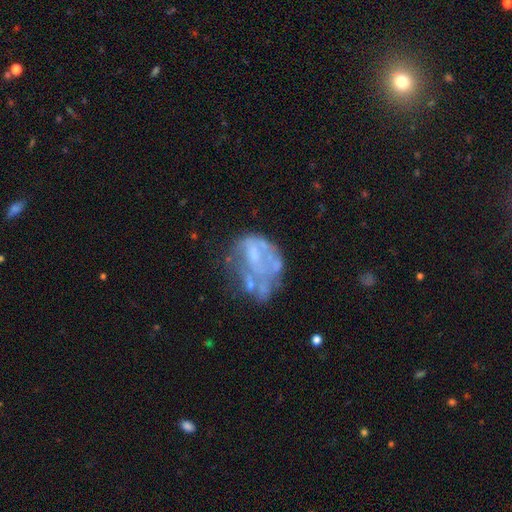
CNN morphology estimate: Overall: featured or disk (64%; smooth 25%). Edge-on disk: no (98%). Bar: no (78%). Spiral arms: no (84%). Bulge size: none (47%; small 30%). Merging: none (34%; major disturbance 31%).